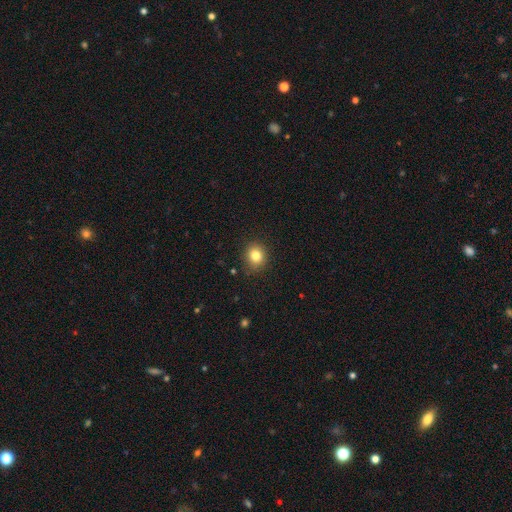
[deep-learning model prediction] Smooth or featured: smooth — 82% (star or artifact — 11%)
How rounded: round — 78% (in between — 21%)
Merging: none — 87% (minor disturbance — 10%)